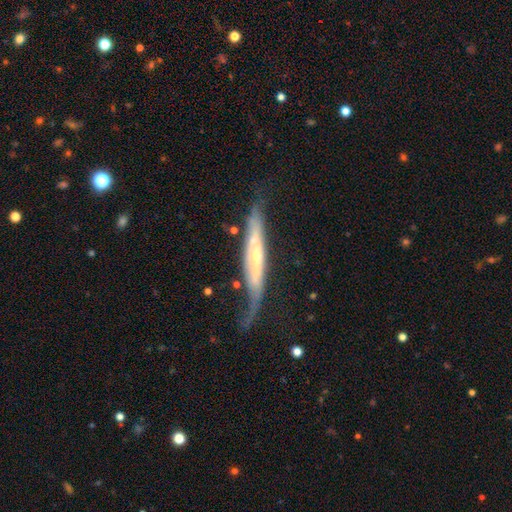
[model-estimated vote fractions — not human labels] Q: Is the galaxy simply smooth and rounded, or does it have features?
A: featured or disk — 73%.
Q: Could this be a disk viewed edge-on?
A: yes — 69%.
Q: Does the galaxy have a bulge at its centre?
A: rounded — 59%.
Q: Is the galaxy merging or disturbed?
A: none — 44%.